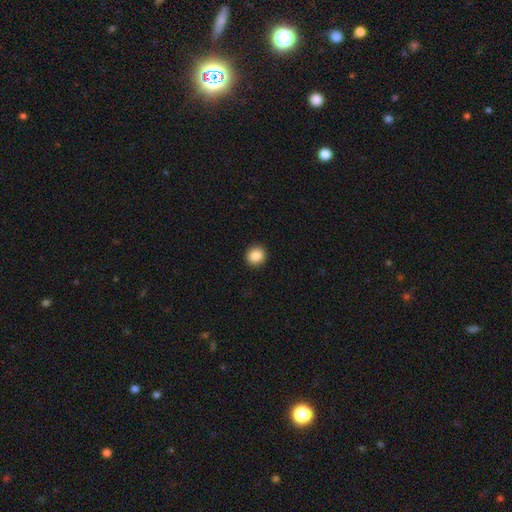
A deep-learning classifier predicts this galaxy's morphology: smooth-or-featured: smooth: 87% | star or artifact: 9% | featured or disk: 4%
  how-rounded: round: 90% | in between: 9% | cigar-shaped: 1%
  merging: none: 92% | minor disturbance: 5% | major disturbance: 2% | merger: 1%